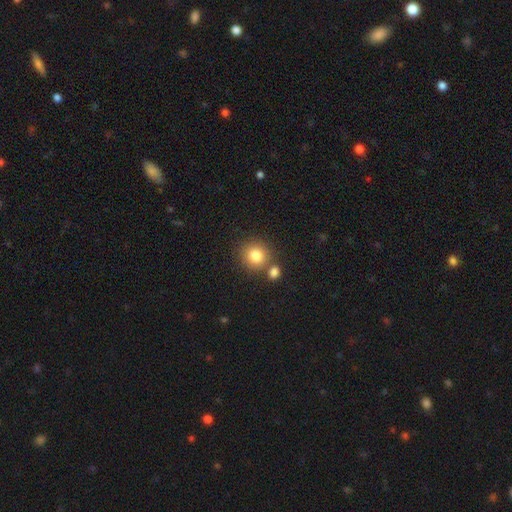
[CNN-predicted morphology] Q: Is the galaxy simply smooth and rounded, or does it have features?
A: smooth — 82%.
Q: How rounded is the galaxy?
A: round — 89%.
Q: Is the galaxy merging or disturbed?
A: none — 70%.